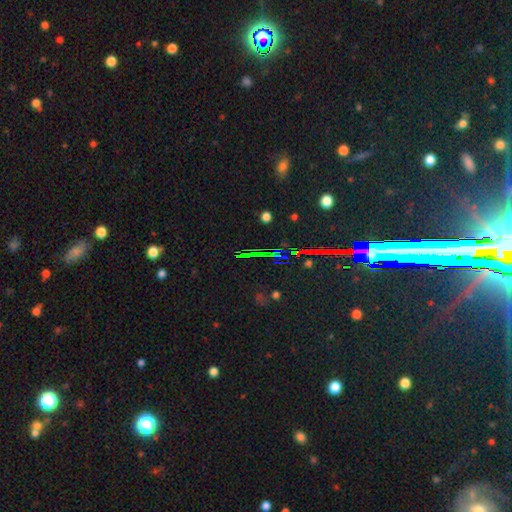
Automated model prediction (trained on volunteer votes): star or artifact 71%, smooth 15%, featured or disk 14%.